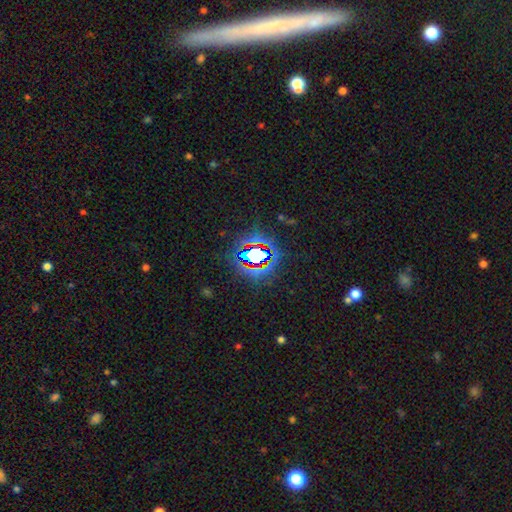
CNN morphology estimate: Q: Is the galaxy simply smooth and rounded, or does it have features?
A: star or artifact — 73%.